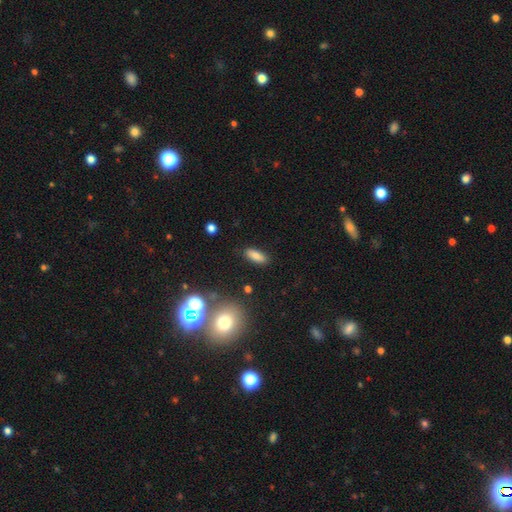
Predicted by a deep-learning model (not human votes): smooth-or-featured: smooth: 82% | star or artifact: 10% | featured or disk: 8%
  how-rounded: in between: 72% | cigar-shaped: 25% | round: 3%
  merging: none: 86% | minor disturbance: 9% | major disturbance: 3% | merger: 2%